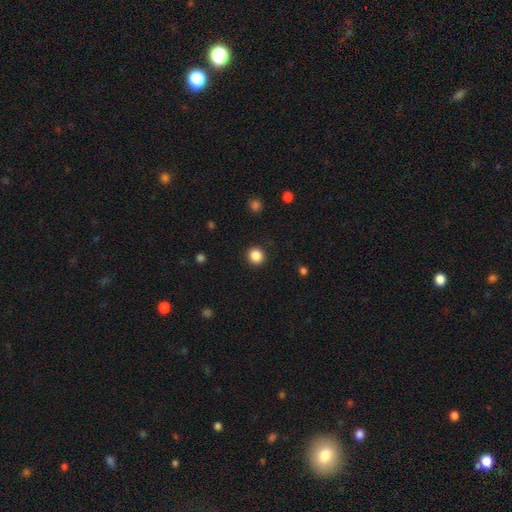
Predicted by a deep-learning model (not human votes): Morphology: type=smooth (87%); roundness=round (92%); merging=none (92%).